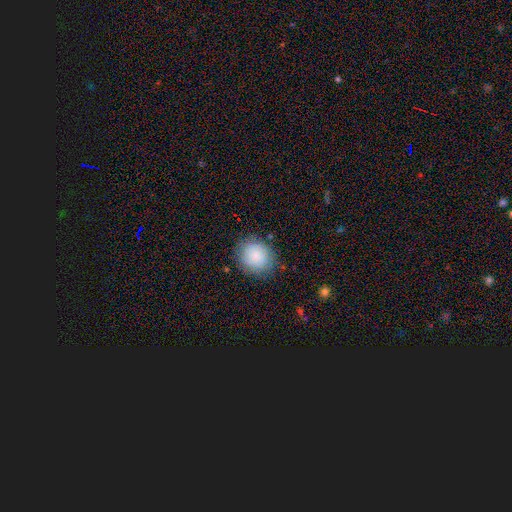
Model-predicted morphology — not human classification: Q: Smooth or featured?
A: smooth (87%); runner-up: star or artifact (8%)
Q: How rounded?
A: round (77%); runner-up: in between (22%)
Q: Merging?
A: none (84%); runner-up: minor disturbance (11%)